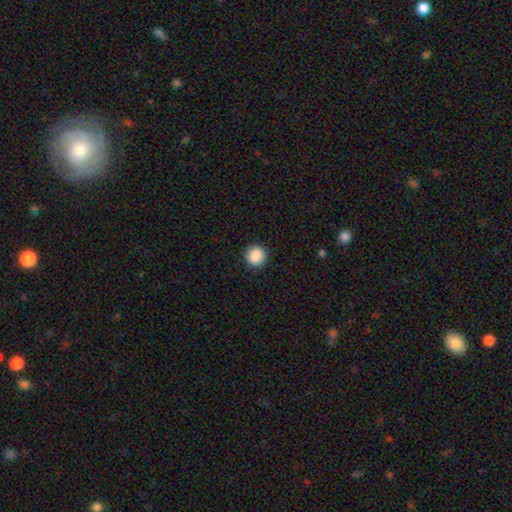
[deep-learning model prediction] Morphology: type=smooth (88%); roundness=round (93%); merging=none (91%).